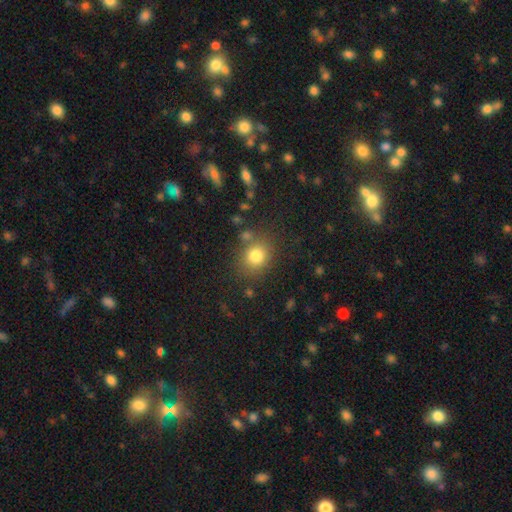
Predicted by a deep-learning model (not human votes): Overall: smooth (79%). How rounded: round (73%). Merging: none (78%).